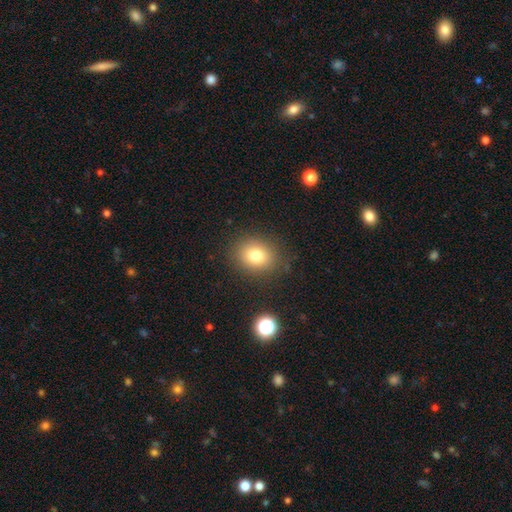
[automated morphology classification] A smooth galaxy with no disk features (78%) that is round (61%).

Vote fractions:
- Smooth or featured? smooth: 78% / star or artifact: 13% / featured or disk: 10%
- How rounded? round: 61% / in between: 39% / cigar-shaped: 1%
- Merging? none: 85% / minor disturbance: 10% / major disturbance: 4% / merger: 2%